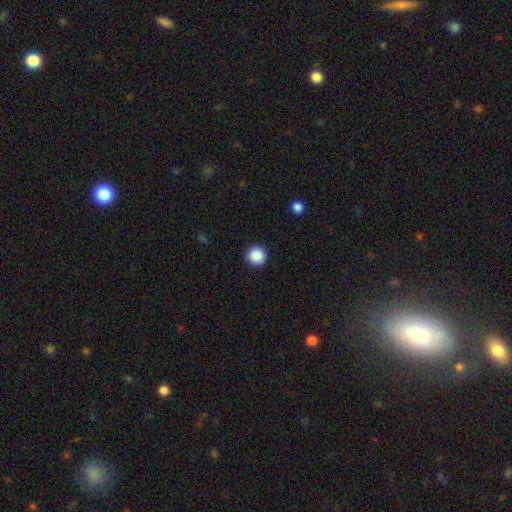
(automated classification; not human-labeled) A smooth galaxy with no disk features (89%) that is round (96%). Merging: none (93%).